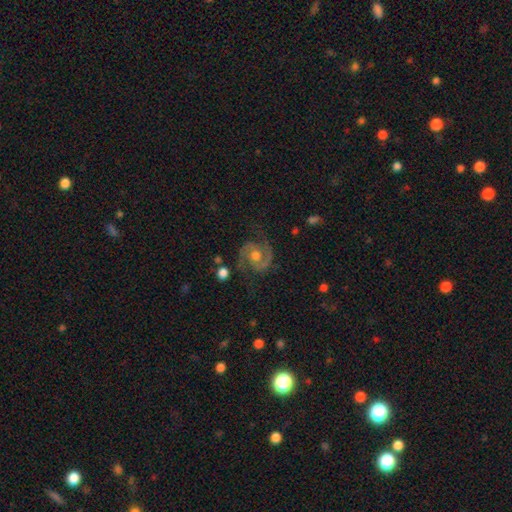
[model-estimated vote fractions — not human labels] Smooth or featured? featured or disk (87%)
Edge-on disk? no (98%)
Bar? no (66%)
Spiral arms? yes (97%)
Spiral winding? medium (55%)
Spiral arm count? 2 (92%)
Bulge size? moderate (75%)
Merging? none (78%)